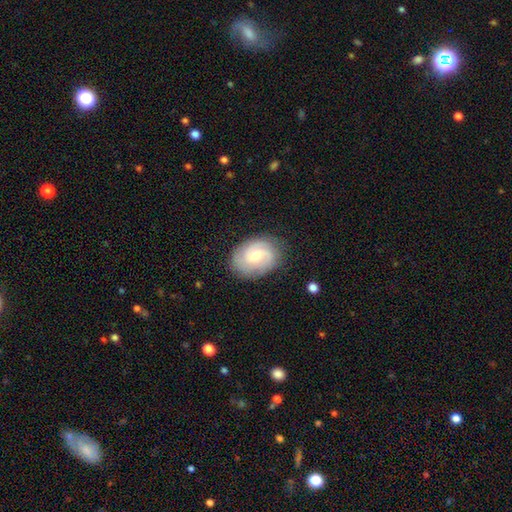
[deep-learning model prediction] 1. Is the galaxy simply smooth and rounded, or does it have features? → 61% featured or disk, 32% smooth, 7% star or artifact.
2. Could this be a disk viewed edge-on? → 97% no, 3% yes.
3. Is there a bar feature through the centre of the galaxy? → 62% no, 34% weak, 4% strong.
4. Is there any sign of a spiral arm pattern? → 89% yes, 11% no.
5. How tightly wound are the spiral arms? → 48% tight, 38% medium, 14% loose.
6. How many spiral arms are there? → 33% 2, 31% can't tell, 21% 3, 6% 1, 5% 4, 4% more than 4.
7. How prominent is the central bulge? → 63% moderate, 30% small, 5% large, 1% none, 1% dominant.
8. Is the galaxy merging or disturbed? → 79% none, 15% minor disturbance, 5% major disturbance, 1% merger.